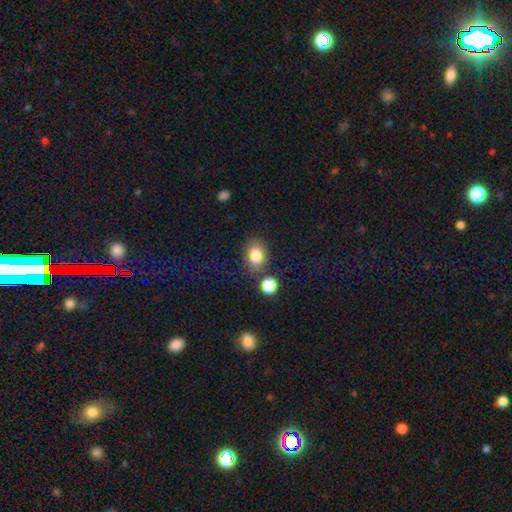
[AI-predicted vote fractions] The model was most divided on "how rounded": in between: 66%, round: 33%, cigar-shaped: 1%. More confident: smooth or featured — smooth (83%); merging — none (73%).